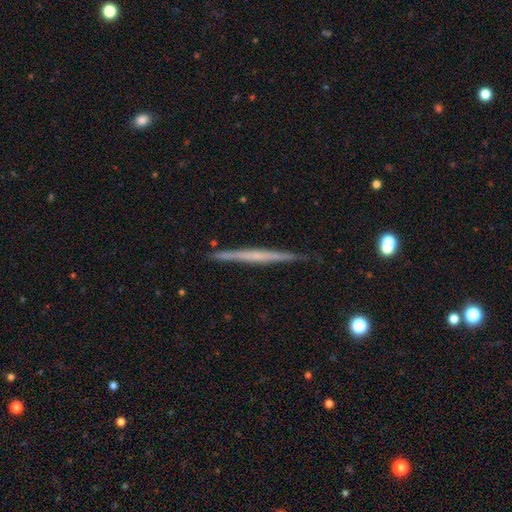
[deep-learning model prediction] smooth-or-featured: featured or disk: 64% | smooth: 29% | star or artifact: 6%
  disk-edge-on: yes: 98% | no: 2%
    edge-on-bulge: none: 72% | rounded: 21% | boxy: 7%
  merging: none: 89% | minor disturbance: 8% | major disturbance: 1% | merger: 1%